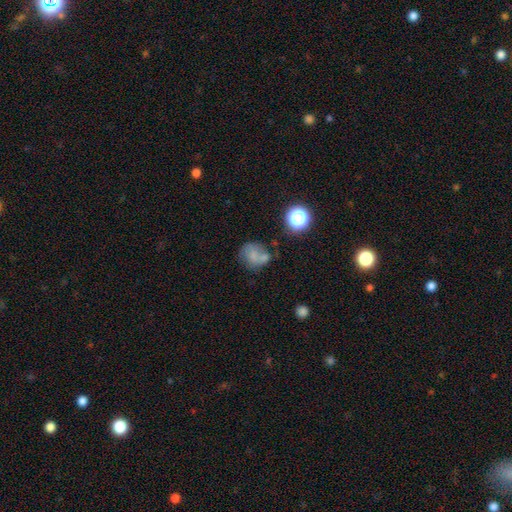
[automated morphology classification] Q: Smooth or featured?
A: smooth (61%); runner-up: featured or disk (23%)
Q: How rounded?
A: round (66%); runner-up: in between (33%)
Q: Merging?
A: none (42%); runner-up: merger (23%)